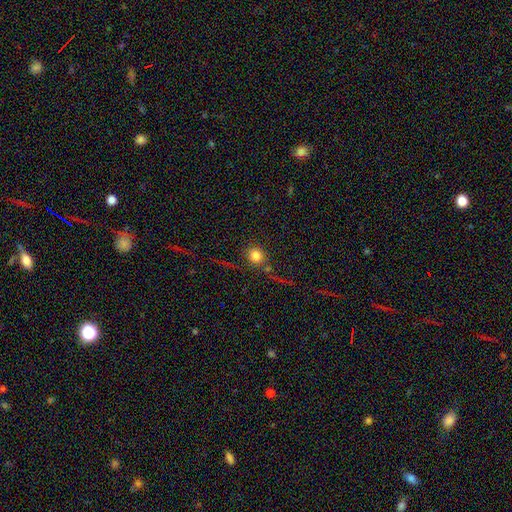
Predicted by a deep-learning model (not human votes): Smooth or featured: smooth — 80% (star or artifact — 13%)
How rounded: round — 88% (in between — 11%)
Merging: none — 71% (merger — 11%)